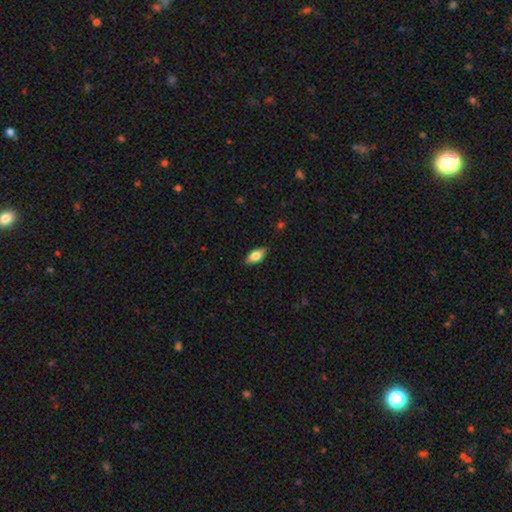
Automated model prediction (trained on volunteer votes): This is likely a smooth galaxy (77%). How rounded: clearly in between (87%). Merging: clearly none (85%).